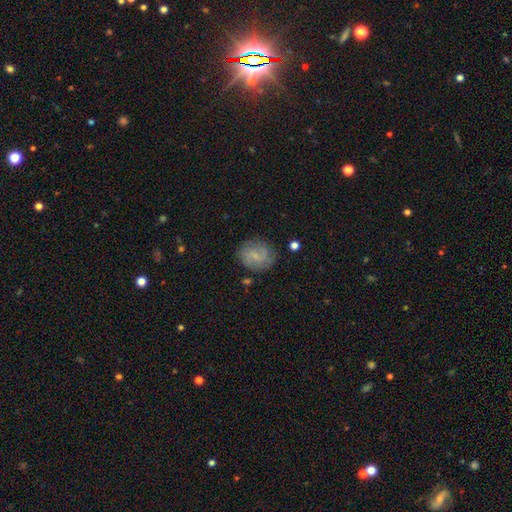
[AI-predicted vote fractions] Morphology: type=featured or disk (49%); merging=none (75%).